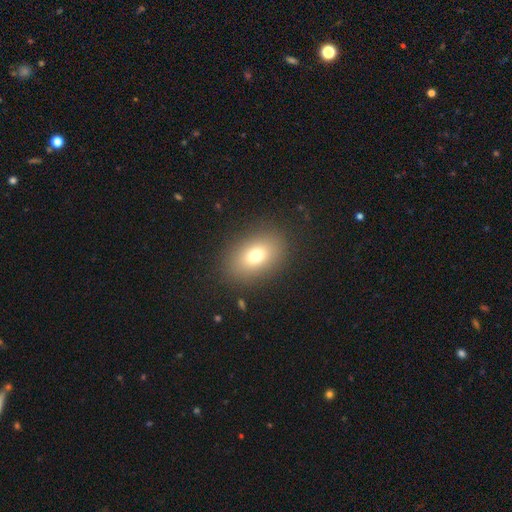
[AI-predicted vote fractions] The model was most divided on "how rounded": in between: 77%, round: 22%, cigar-shaped: 1%. More confident: merging — none (87%); smooth or featured — smooth (74%).